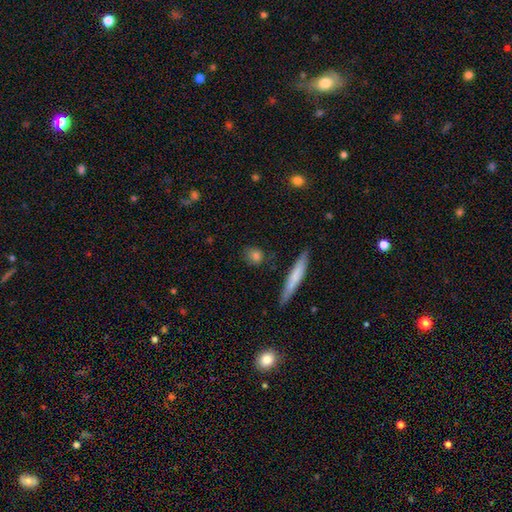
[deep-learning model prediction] Q: Smooth or featured?
A: smooth (81%); runner-up: featured or disk (11%)
Q: How rounded?
A: round (51%); runner-up: in between (32%)
Q: Merging?
A: none (78%); runner-up: minor disturbance (15%)